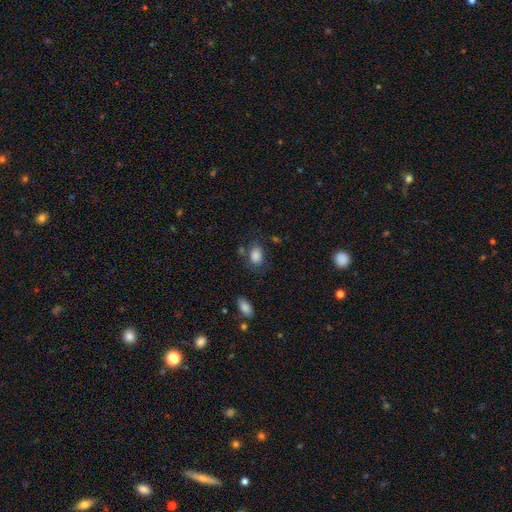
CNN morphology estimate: smooth 83%, star or artifact 9%, featured or disk 8%. Down the decision tree: how rounded — in between (76%); merging — none (62%).